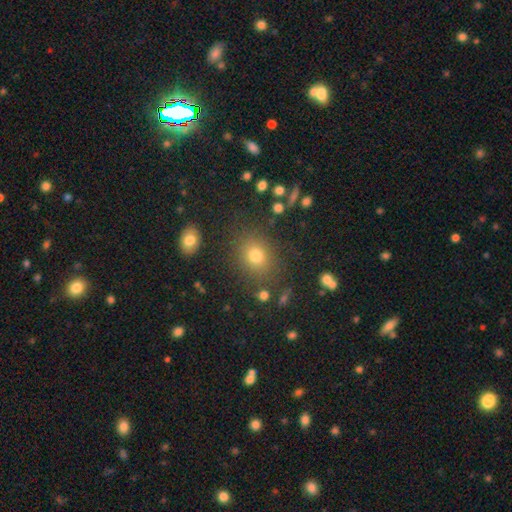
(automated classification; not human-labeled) Smooth or featured? smooth (73%)
How rounded? round (60%)
Merging? none (83%)